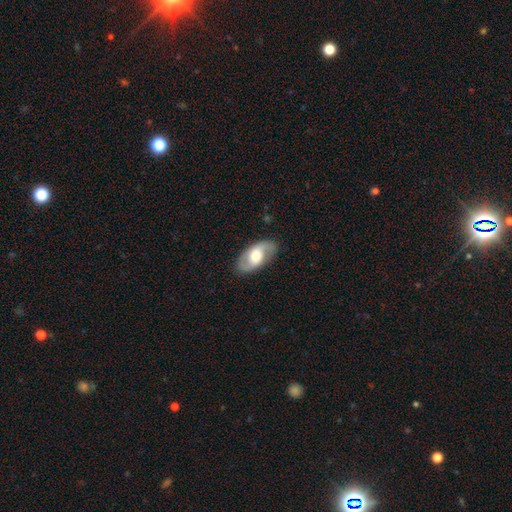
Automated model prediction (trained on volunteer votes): smooth_or_featured: featured or disk (p=0.67) [alt: smooth p=0.28]
disk_edge_on: no (p=0.93) [alt: yes p=0.07]
bar: no (p=0.54) [alt: weak p=0.35]
has_spiral_arms: yes (p=0.81) [alt: no p=0.19]
spiral_winding: medium (p=0.44) [alt: loose p=0.36]
spiral_arm_count: 2 (p=0.88) [alt: can't tell p=0.06]
bulge_size: moderate (p=0.61) [alt: large p=0.25]
merging: none (p=0.84) [alt: minor disturbance p=0.11]